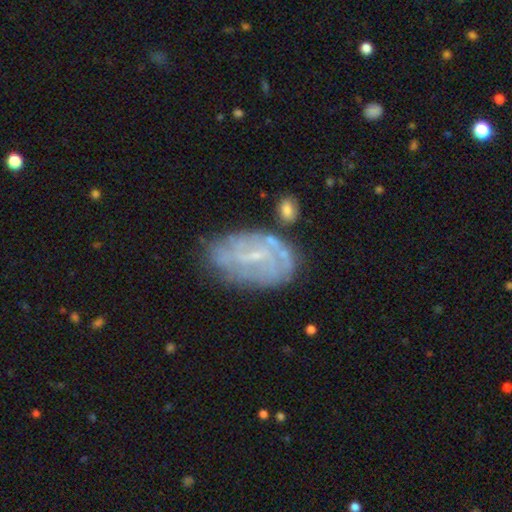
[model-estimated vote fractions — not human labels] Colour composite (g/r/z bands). It shows a featured or disk galaxy (74%) with a weak bar (51%), tight (47%) spiral arms (74%) and a small central bulge (71%). Merging: none (56%).